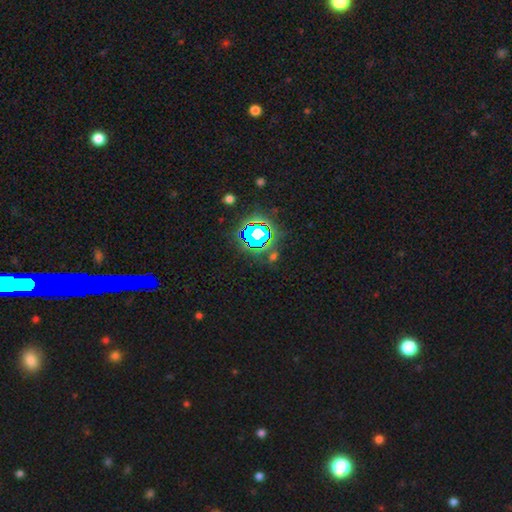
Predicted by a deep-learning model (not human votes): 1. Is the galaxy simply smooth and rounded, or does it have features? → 80% star or artifact, 10% smooth, 9% featured or disk.